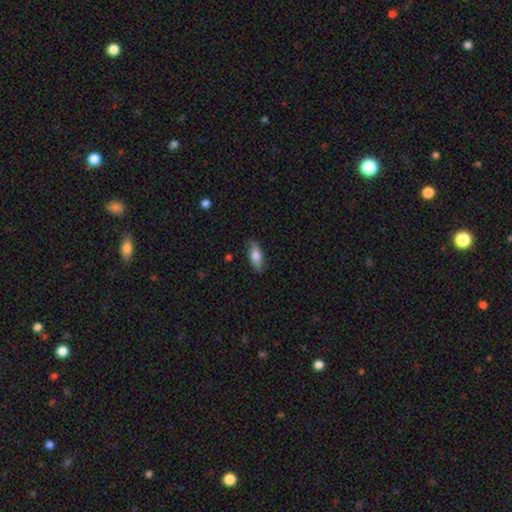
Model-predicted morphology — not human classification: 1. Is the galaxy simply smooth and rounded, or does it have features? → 79% smooth, 14% featured or disk, 6% star or artifact.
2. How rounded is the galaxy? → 78% in between, 20% cigar-shaped, 3% round.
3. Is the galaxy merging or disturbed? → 84% none, 13% minor disturbance, 2% major disturbance, 1% merger.